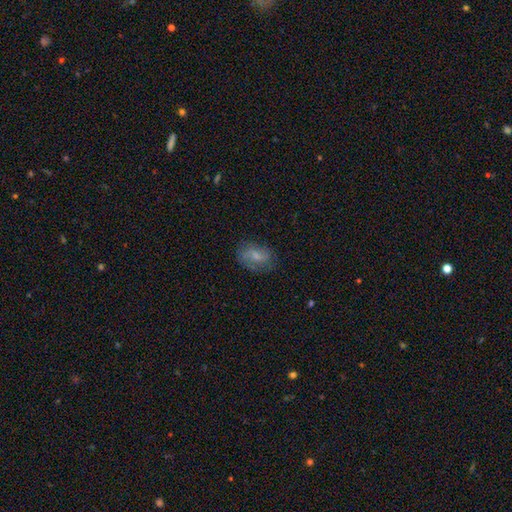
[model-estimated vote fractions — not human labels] This appears to be a smooth galaxy with no disk features (59%) that is in between round and cigar-shaped (82%). Merging: none (71%).